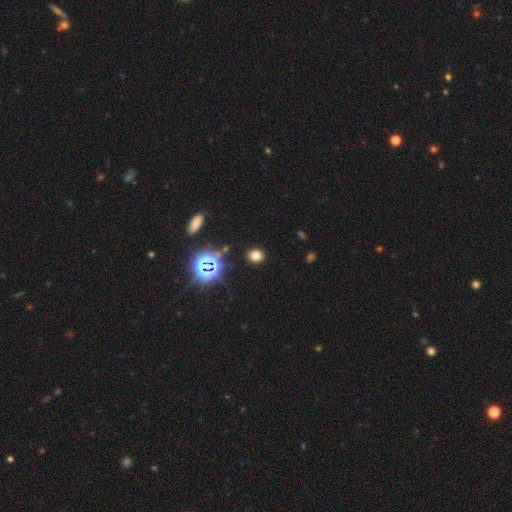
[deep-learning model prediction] A smooth galaxy with no disk features (70%) that is round (64%). Merging: none (88%).